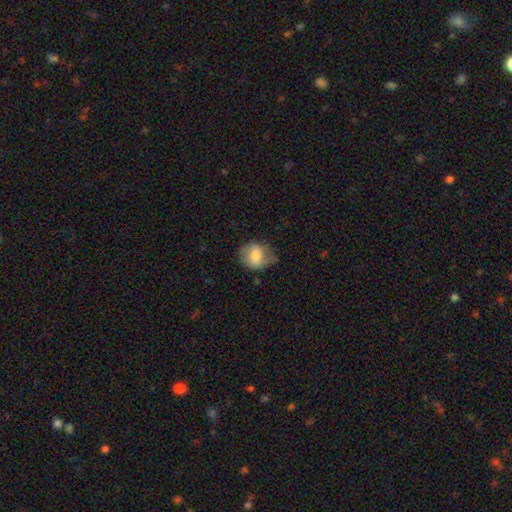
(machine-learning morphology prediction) smooth 67%, featured or disk 25%, star or artifact 8%. Down the decision tree: how rounded — round (64%); merging — none (53%).